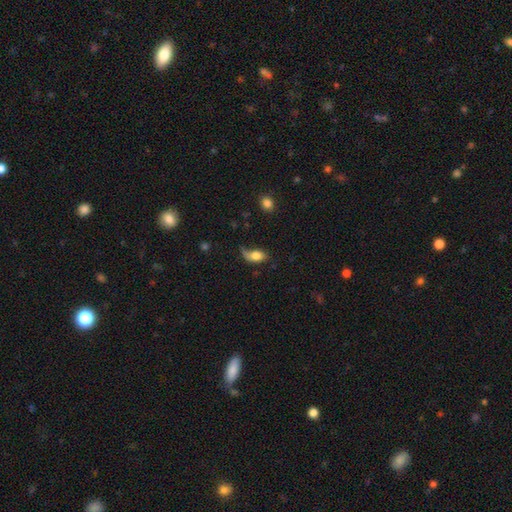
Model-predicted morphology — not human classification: Overall: smooth (67%). How rounded: in between (83%). Merging: none (35%; minor disturbance 31%).